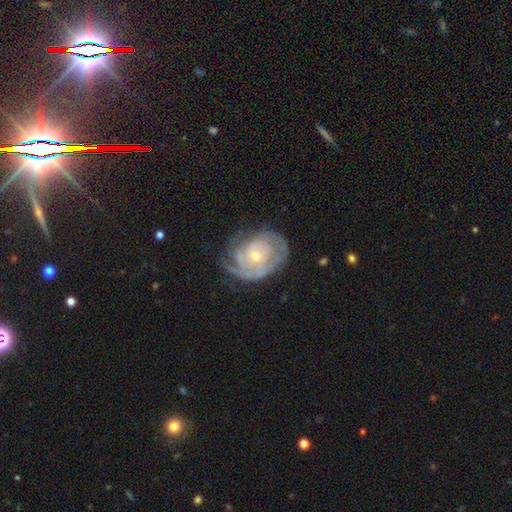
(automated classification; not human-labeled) Smooth or featured? featured or disk (80%)
Edge-on disk? no (97%)
Bar? no (80%)
Spiral arms? yes (87%)
Spiral winding? tight (71%)
Spiral arm count? can't tell (45%)
Bulge size? small (61%)
Merging? none (59%)